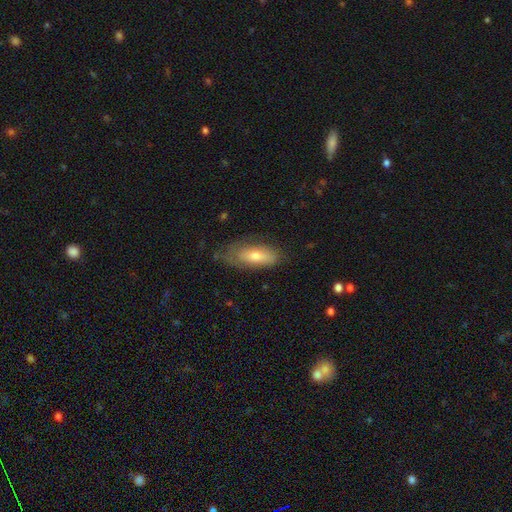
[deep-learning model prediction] A smooth galaxy with no disk features (61%) that is in between round and cigar-shaped (73%). Merging: none (60%).